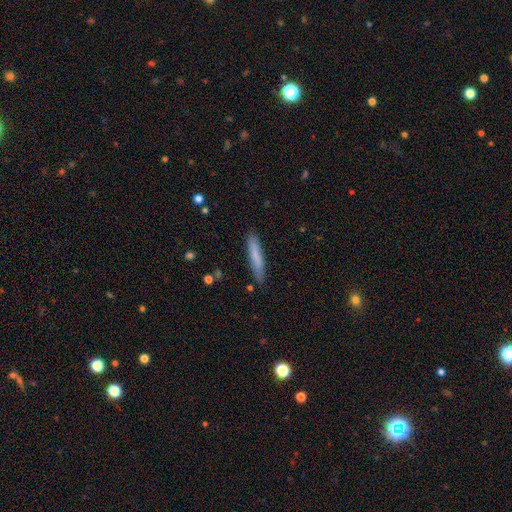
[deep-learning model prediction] Smooth or featured? Predicted: smooth (p=0.78). How rounded? Predicted: cigar-shaped (p=0.90). Merging? Predicted: none (p=0.86).